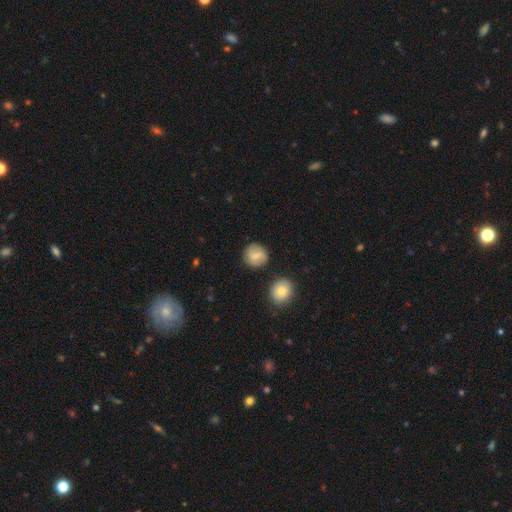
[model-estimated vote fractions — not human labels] A smooth galaxy with no disk features (67%) that is round (90%).

Vote fractions:
- Smooth or featured? smooth: 67% / featured or disk: 26% / star or artifact: 7%
- How rounded? round: 90% / in between: 9% / cigar-shaped: 1%
- Merging? none: 83% / minor disturbance: 10% / merger: 4% / major disturbance: 3%